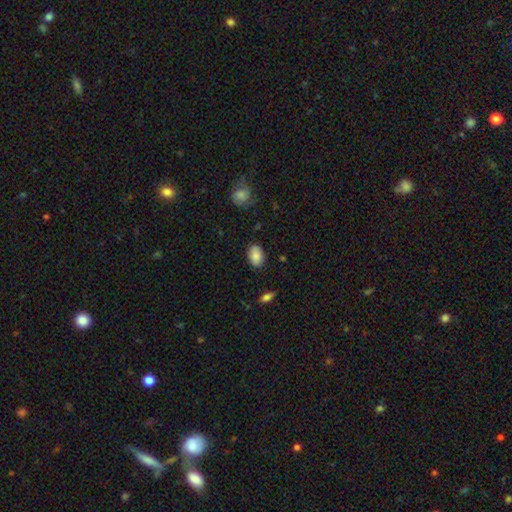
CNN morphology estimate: A smooth galaxy with no disk features (85%) that is in between round and cigar-shaped (87%).

Vote fractions:
- Smooth or featured? smooth: 85% / featured or disk: 8% / star or artifact: 7%
- How rounded? in between: 87% / round: 12% / cigar-shaped: 1%
- Merging? none: 80% / minor disturbance: 15% / major disturbance: 3% / merger: 1%